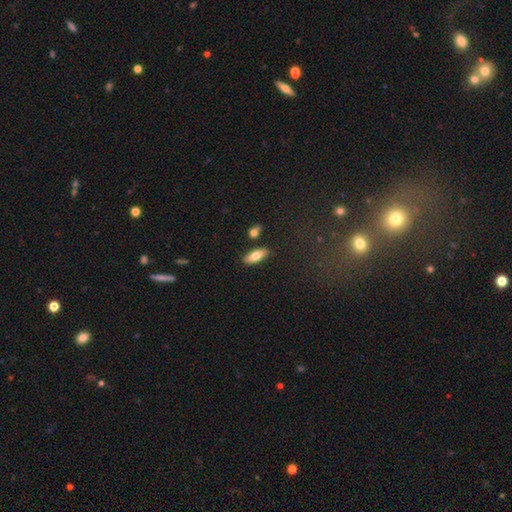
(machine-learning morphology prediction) Smooth or featured? smooth (74%)
How rounded? in between (79%)
Merging? none (83%)